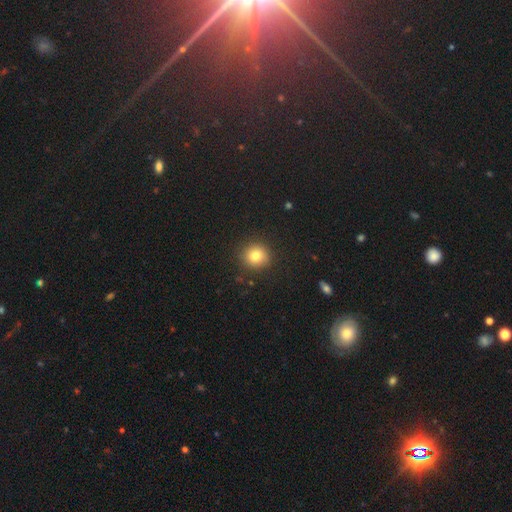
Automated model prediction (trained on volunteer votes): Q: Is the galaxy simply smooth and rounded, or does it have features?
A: smooth — 80%.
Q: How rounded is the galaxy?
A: round — 91%.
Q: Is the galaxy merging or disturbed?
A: none — 89%.